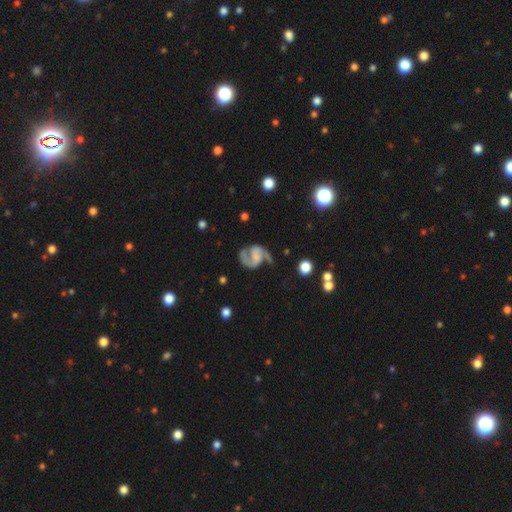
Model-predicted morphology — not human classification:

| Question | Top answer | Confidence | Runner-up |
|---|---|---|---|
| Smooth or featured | featured or disk | 88% | smooth (7%) |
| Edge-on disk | no | 98% | yes (2%) |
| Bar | no | 47% | weak (38%) |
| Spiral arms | yes | 97% | no (3%) |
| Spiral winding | medium | 54% | loose (29%) |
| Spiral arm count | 2 | 91% | 1 (4%) |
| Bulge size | none | 51% | small (25%) |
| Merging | none | 61% | minor disturbance (20%) |